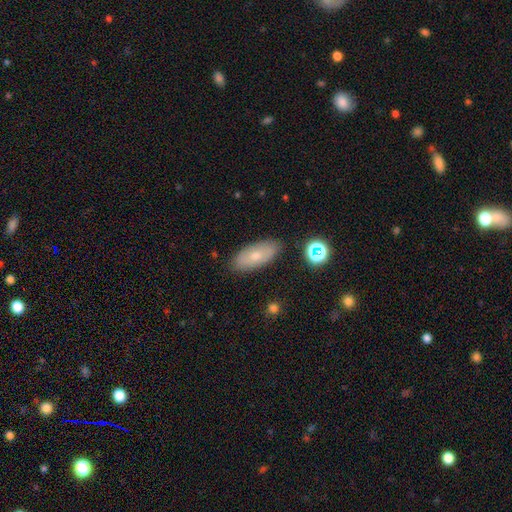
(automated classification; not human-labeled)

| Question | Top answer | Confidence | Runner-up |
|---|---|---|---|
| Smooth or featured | smooth | 67% | featured or disk (24%) |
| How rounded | in between | 86% | cigar-shaped (11%) |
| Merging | none | 84% | minor disturbance (11%) |